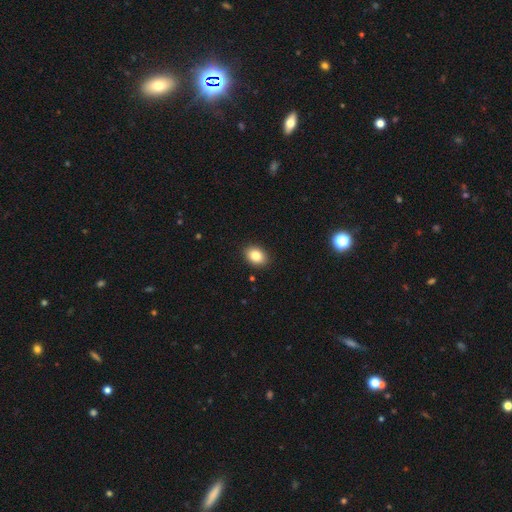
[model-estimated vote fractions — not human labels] Q: Smooth or featured?
A: smooth (84%); runner-up: star or artifact (9%)
Q: How rounded?
A: in between (73%); runner-up: round (26%)
Q: Merging?
A: none (90%); runner-up: minor disturbance (7%)